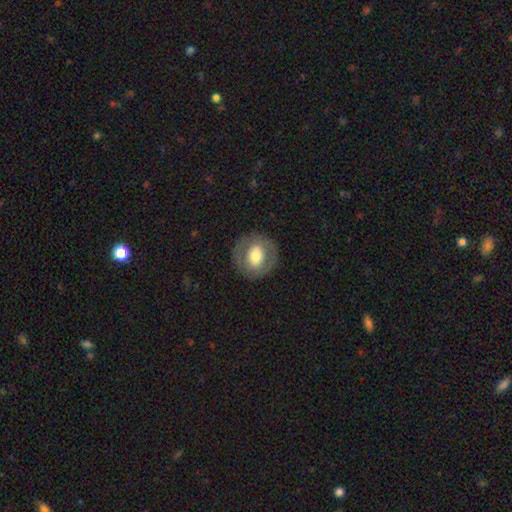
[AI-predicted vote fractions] Smooth or featured? Predicted: smooth (p=0.51). How rounded? Predicted: round (p=0.82). Merging? Predicted: none (p=0.85).